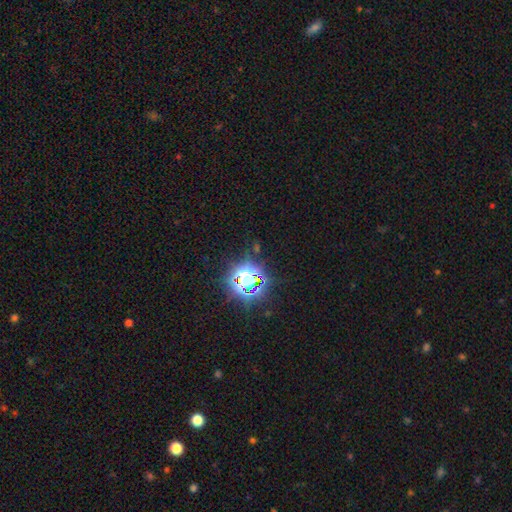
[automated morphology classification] Smooth or featured? star or artifact (82%)